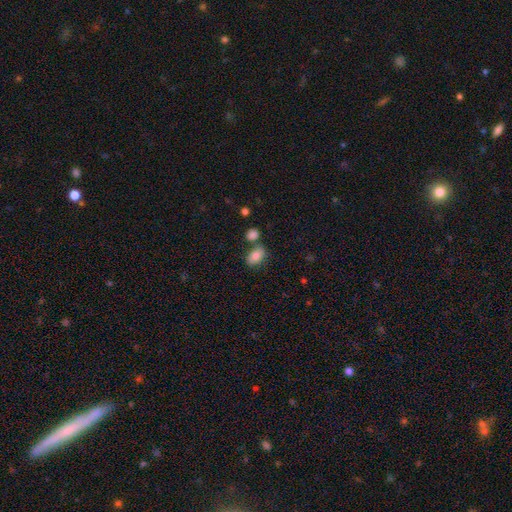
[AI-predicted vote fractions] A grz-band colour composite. It shows a smooth galaxy with no disk features (82%) that is in between round and cigar-shaped (87%). Merging: none (66%).